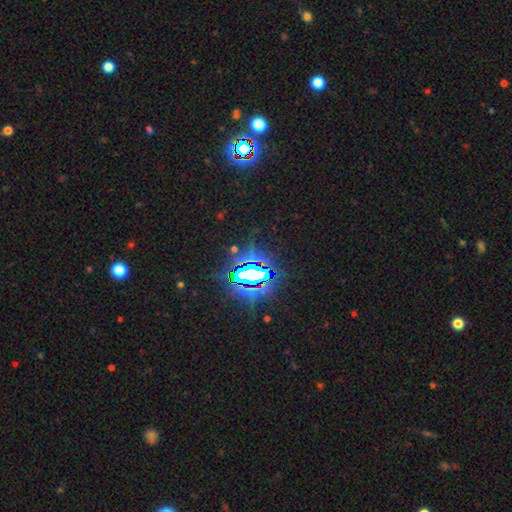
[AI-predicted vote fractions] Smooth or featured: star or artifact — 85% (smooth — 9%)